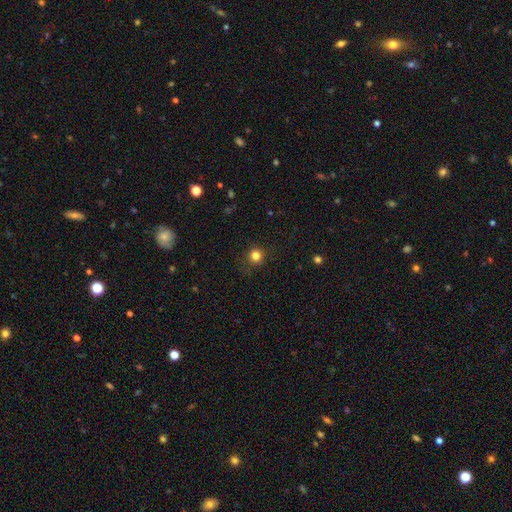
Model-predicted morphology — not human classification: Smooth or featured: smooth — 81% (star or artifact — 14%)
How rounded: round — 92% (in between — 7%)
Merging: none — 85% (minor disturbance — 10%)